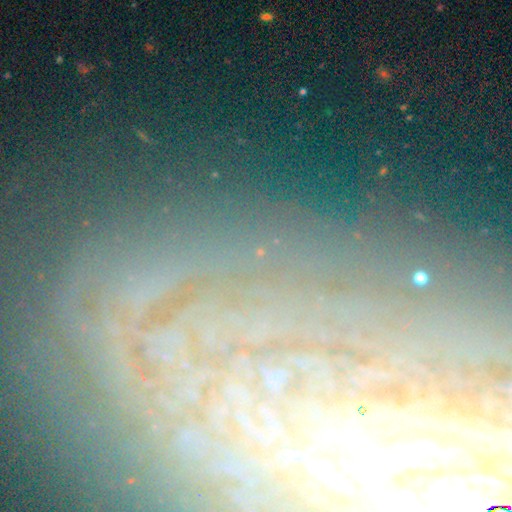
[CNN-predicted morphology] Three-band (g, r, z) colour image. It shows a featured or disk galaxy (46%). Merging: none (79%).